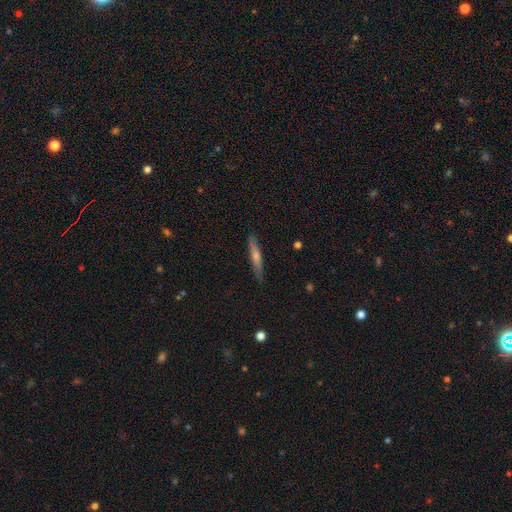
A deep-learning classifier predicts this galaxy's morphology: Smooth or featured? Predicted: featured or disk (p=0.56). Edge-on disk? Predicted: yes (p=0.94). Edge-on bulge? Predicted: rounded (p=0.76). Merging? Predicted: none (p=0.88).